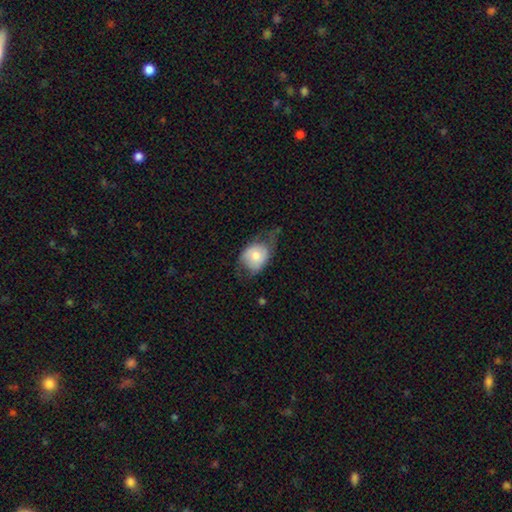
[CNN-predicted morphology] This is likely a smooth galaxy (65%). How rounded: possibly in between (55%). Merging: marginally minor disturbance (38%).